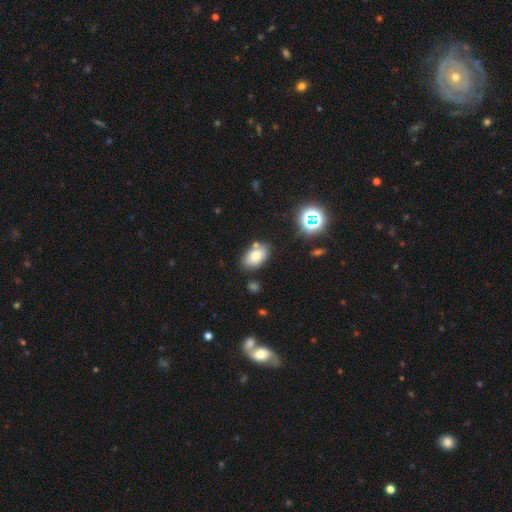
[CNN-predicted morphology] Smooth or featured?
  - smooth: 78% *
  - featured or disk: 12%
  - star or artifact: 11%
How rounded?
  - in between: 90% *
  - round: 8%
  - cigar-shaped: 1%
Merging?
  - none: 75% *
  - minor disturbance: 14%
  - merger: 8%
  - major disturbance: 3%